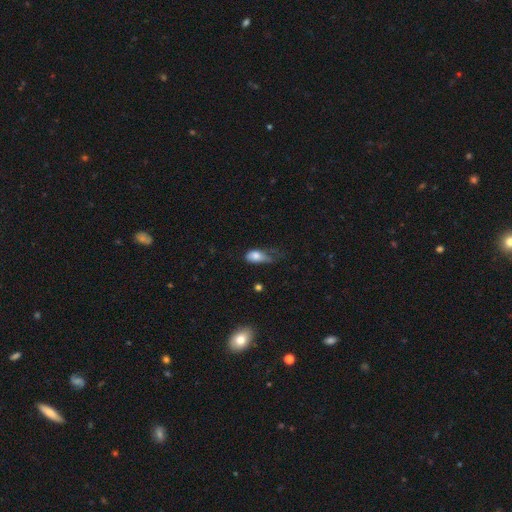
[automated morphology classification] Smooth or featured: smooth — 76% (featured or disk — 16%)
How rounded: in between — 86% (round — 9%)
Merging: major disturbance — 43% (minor disturbance — 35%)